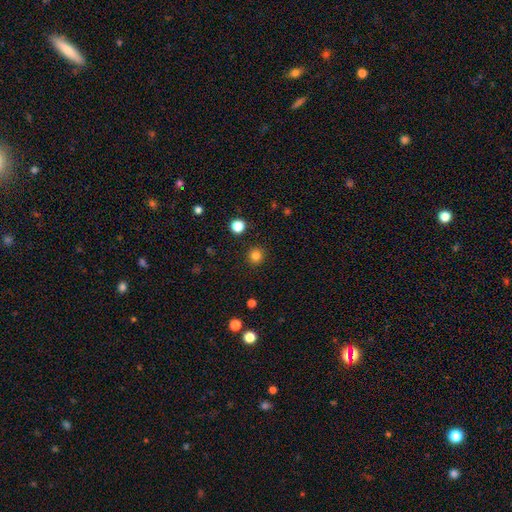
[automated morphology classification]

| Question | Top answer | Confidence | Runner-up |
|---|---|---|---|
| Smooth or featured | smooth | 82% | star or artifact (14%) |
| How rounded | round | 93% | in between (6%) |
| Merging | none | 91% | minor disturbance (5%) |